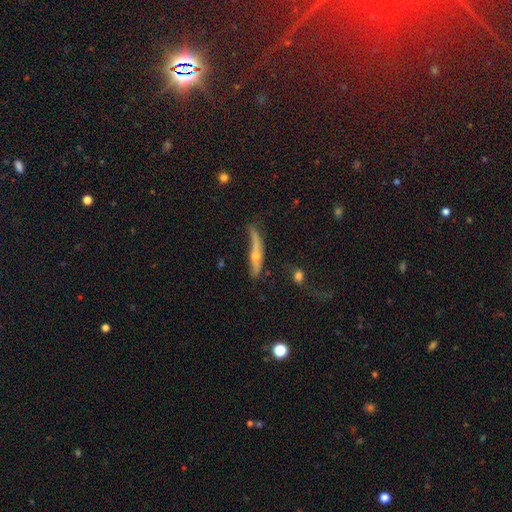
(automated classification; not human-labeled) Smooth or featured: featured or disk — 60% (smooth — 32%)
Edge-on disk: yes — 78% (no — 22%)
Merging: none — 39% (minor disturbance — 29%)